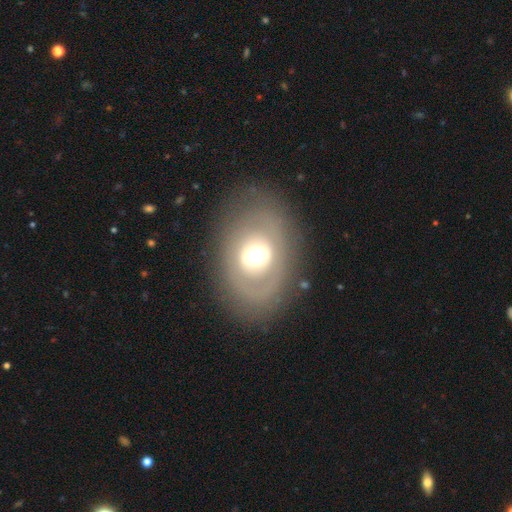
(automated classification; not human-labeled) smooth-or-featured: featured or disk: 46% | smooth: 43% | star or artifact: 11%
  merging: none: 78% | minor disturbance: 12% | major disturbance: 9% | merger: 2%